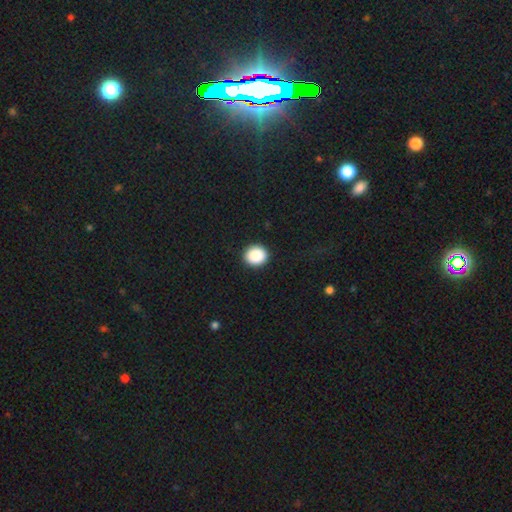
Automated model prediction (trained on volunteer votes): Q: Smooth or featured?
A: smooth (89%); runner-up: star or artifact (8%)
Q: How rounded?
A: round (86%); runner-up: in between (13%)
Q: Merging?
A: none (92%); runner-up: minor disturbance (5%)